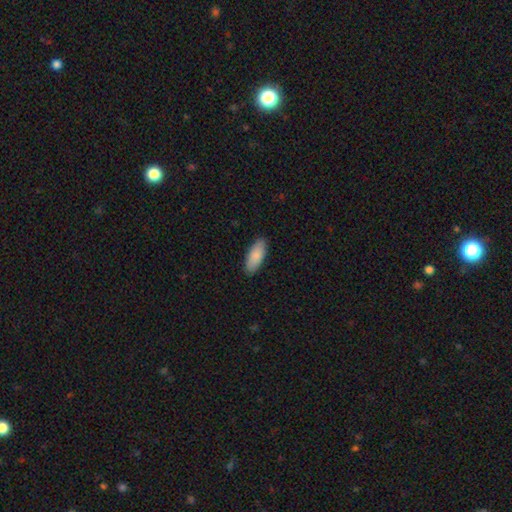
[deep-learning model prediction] A smooth galaxy with no disk features (87%) that is in between round and cigar-shaped (79%).

Vote fractions:
- Smooth or featured? smooth: 87% / featured or disk: 8% / star or artifact: 5%
- How rounded? in between: 79% / cigar-shaped: 20% / round: 2%
- Merging? none: 88% / minor disturbance: 9% / major disturbance: 2% / merger: 1%